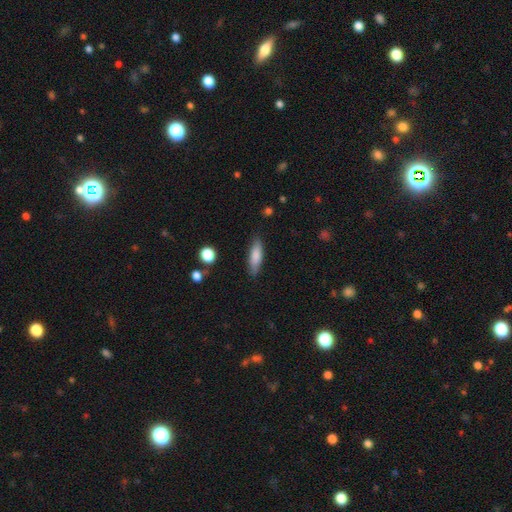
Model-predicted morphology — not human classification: This is clearly a smooth galaxy (81%). How rounded: possibly cigar-shaped (56%). Merging: clearly none (84%).